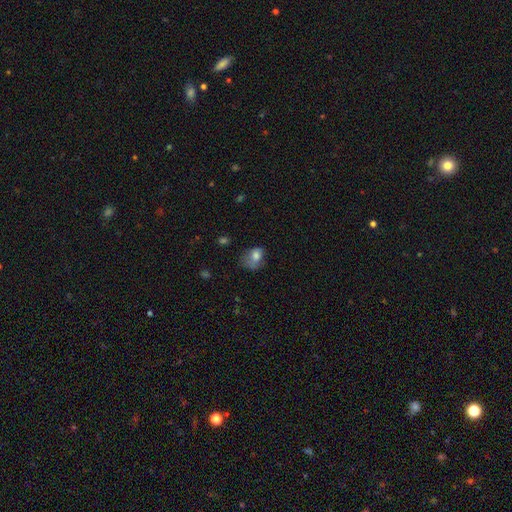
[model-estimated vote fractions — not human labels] Morphology: type=smooth (74%); roundness=in between (66%); merging=minor disturbance (36%).